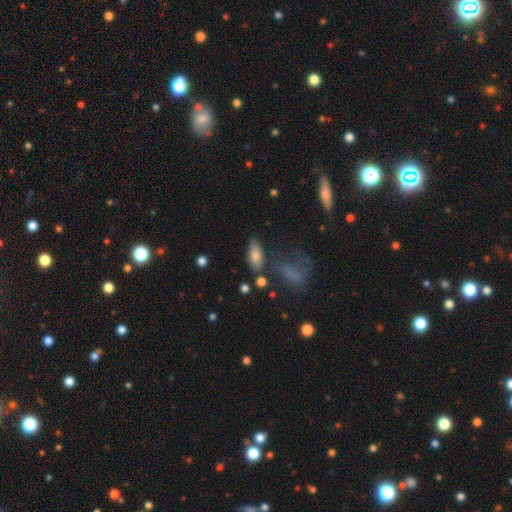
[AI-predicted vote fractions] This appears to be a smooth galaxy with no disk features (77%) that is in between round and cigar-shaped (81%). Merging: none (70%).